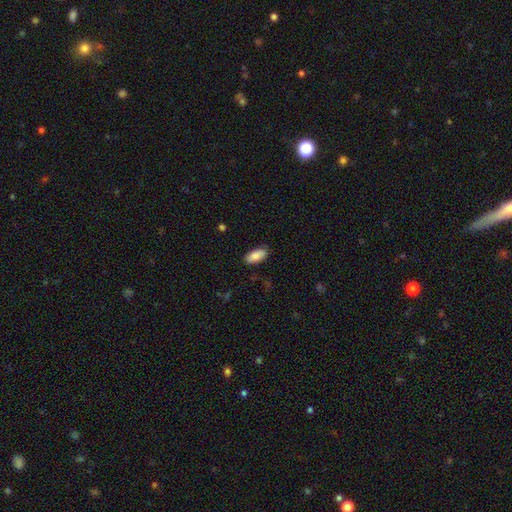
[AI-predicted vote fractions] smooth 84%, featured or disk 9%, star or artifact 6%. Down the decision tree: how rounded — in between (89%); merging — none (86%).